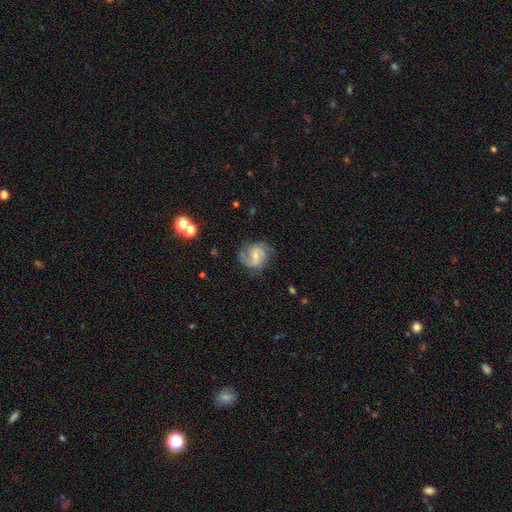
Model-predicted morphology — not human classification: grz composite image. It shows a featured or disk galaxy (84%) with a weak bar (56%), 2 (76%) medium (53%) spiral arms (96%) and a small central bulge (54%). Merging: none (71%).